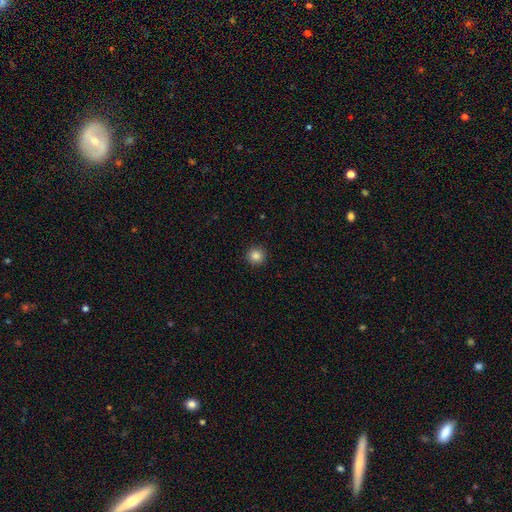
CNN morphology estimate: Overall: smooth (85%). How rounded: round (95%). Merging: none (93%).